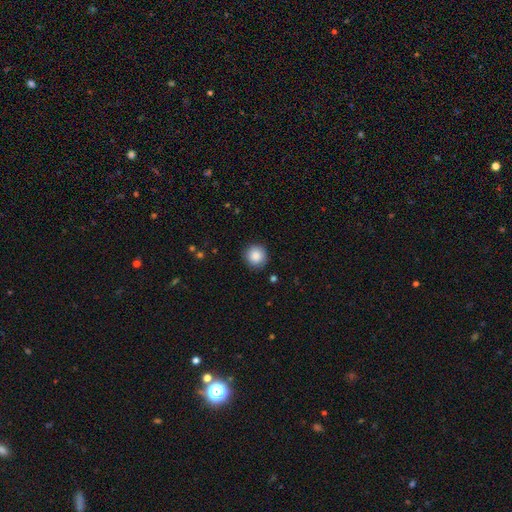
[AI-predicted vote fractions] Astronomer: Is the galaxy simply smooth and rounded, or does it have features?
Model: smooth — 87%.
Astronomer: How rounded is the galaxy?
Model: round — 94%.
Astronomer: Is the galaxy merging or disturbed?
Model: none — 89%.